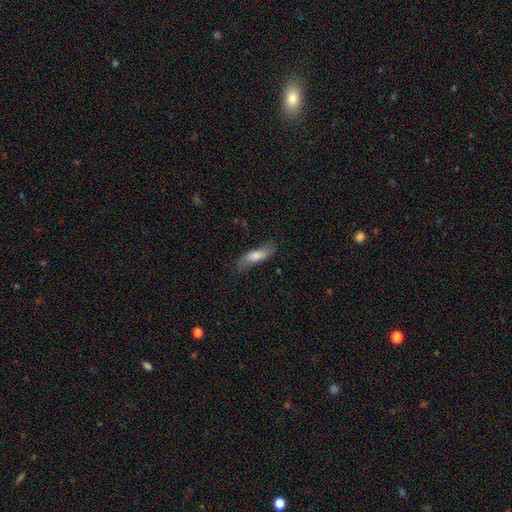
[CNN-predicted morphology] The model was most divided on "how rounded": cigar-shaped: 54%, in between: 44%, round: 3%. More confident: merging — none (74%); smooth or featured — smooth (62%).